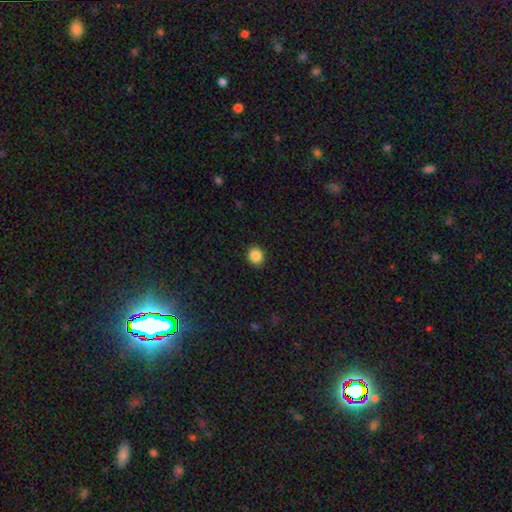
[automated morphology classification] A smooth galaxy with no disk features (87%) that is round (77%). Merging: none (90%).